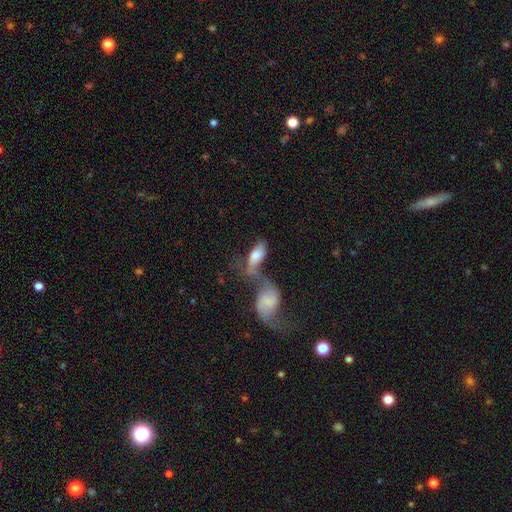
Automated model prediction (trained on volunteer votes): Smooth or featured: smooth — 60% (featured or disk — 33%)
How rounded: in between — 81% (cigar-shaped — 16%)
Merging: merger — 70% (none — 13%)